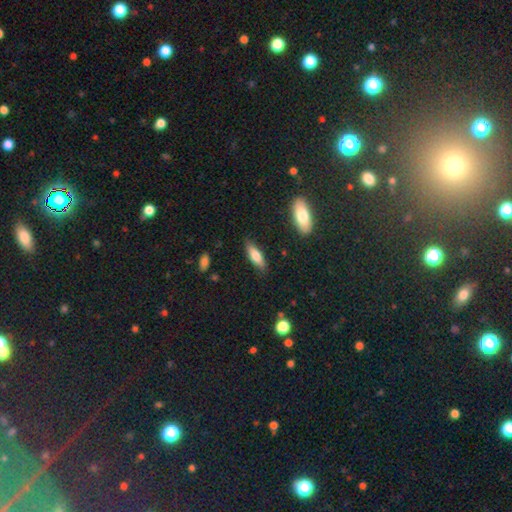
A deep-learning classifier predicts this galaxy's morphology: The model was most divided on "how rounded": in between: 52%, cigar-shaped: 46%, round: 2%. More confident: merging — none (84%); smooth or featured — smooth (71%).